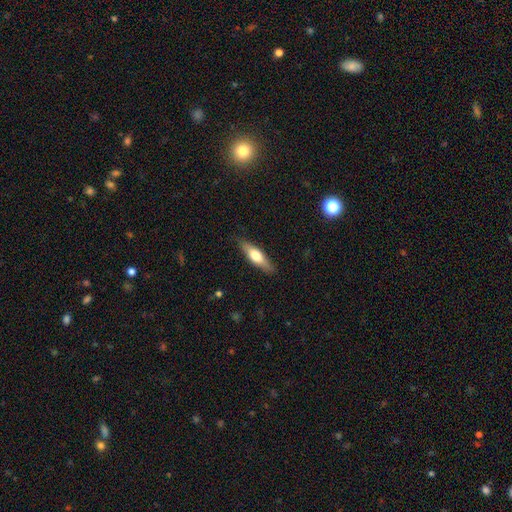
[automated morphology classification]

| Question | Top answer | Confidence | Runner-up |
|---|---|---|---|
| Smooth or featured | smooth | 57% | featured or disk (37%) |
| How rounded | cigar-shaped | 60% | in between (37%) |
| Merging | none | 86% | minor disturbance (11%) |